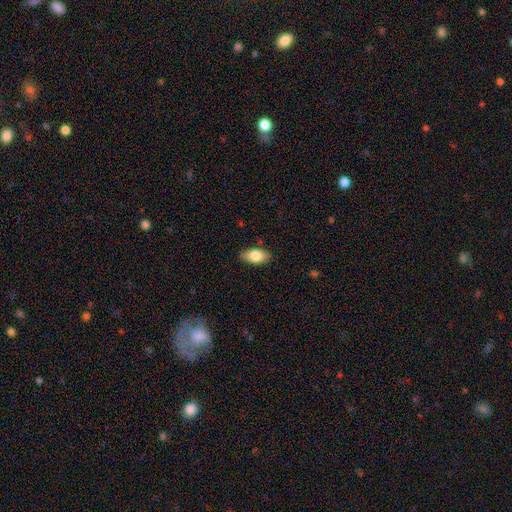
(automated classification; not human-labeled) Smooth or featured?
  - smooth: 81% *
  - featured or disk: 13%
  - star or artifact: 7%
How rounded?
  - in between: 92% *
  - cigar-shaped: 4%
  - round: 4%
Merging?
  - none: 86% *
  - minor disturbance: 11%
  - major disturbance: 2%
  - merger: 1%